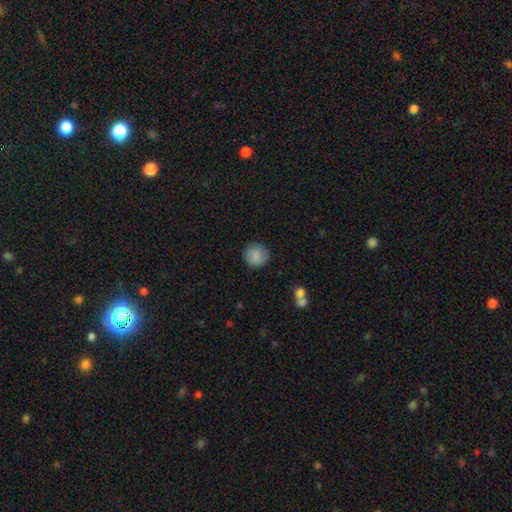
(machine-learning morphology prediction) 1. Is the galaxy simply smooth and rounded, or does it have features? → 87% smooth, 7% star or artifact, 6% featured or disk.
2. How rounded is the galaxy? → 93% round, 6% in between, 1% cigar-shaped.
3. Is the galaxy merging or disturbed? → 88% none, 8% minor disturbance, 2% major disturbance, 1% merger.